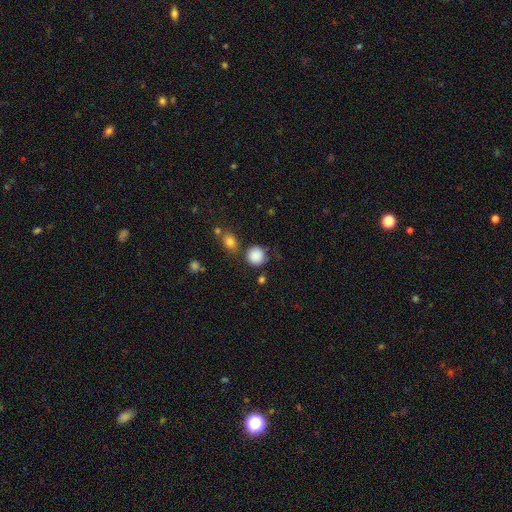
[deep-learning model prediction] Morphology: type=smooth (87%); roundness=round (91%); merging=none (78%).